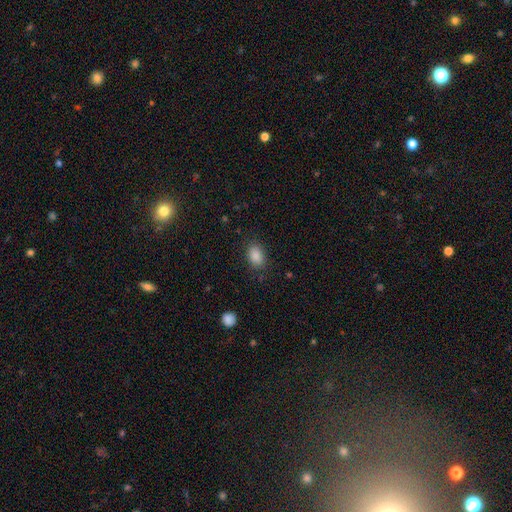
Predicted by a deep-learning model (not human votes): This is clearly a smooth galaxy (88%). How rounded: clearly in between (85%). Merging: clearly none (84%).